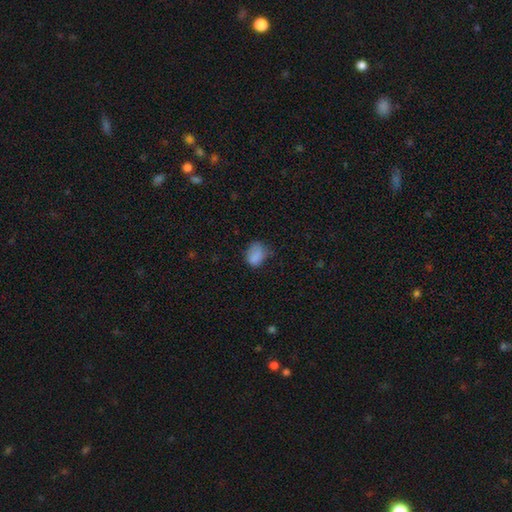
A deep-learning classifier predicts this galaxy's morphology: Smooth or featured: smooth — 82% (star or artifact — 11%)
How rounded: in between — 62% (round — 37%)
Merging: none — 52% (minor disturbance — 33%)